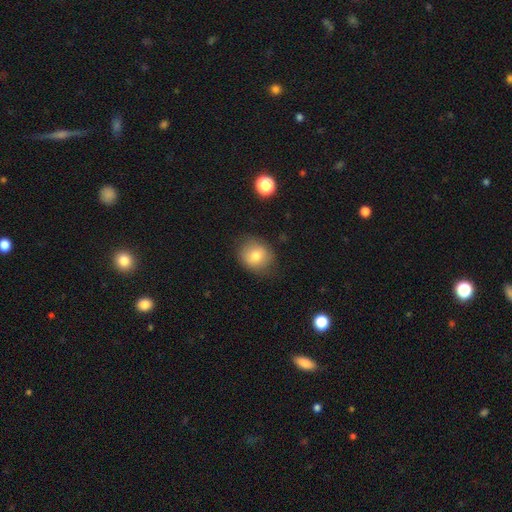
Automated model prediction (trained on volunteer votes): This appears to be a smooth galaxy with no disk features (77%) that is round (72%). Merging: none (76%).